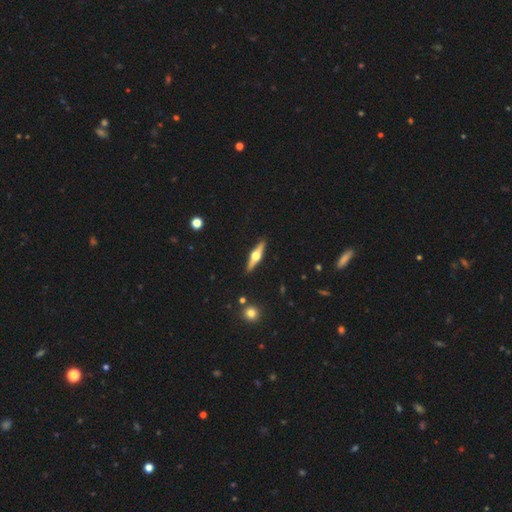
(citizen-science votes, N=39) This is likely a featured or disk galaxy (69%). It is clearly viewed edge-on (100%). Edge-on bulge: clearly rounded (96%). Merging: clearly none (89%).